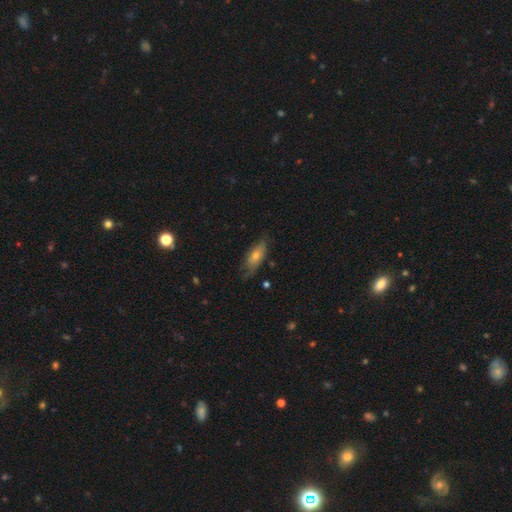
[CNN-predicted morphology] Smooth or featured: smooth — 50% (featured or disk — 41%)
How rounded: in between — 72% (cigar-shaped — 24%)
Merging: none — 65% (minor disturbance — 26%)